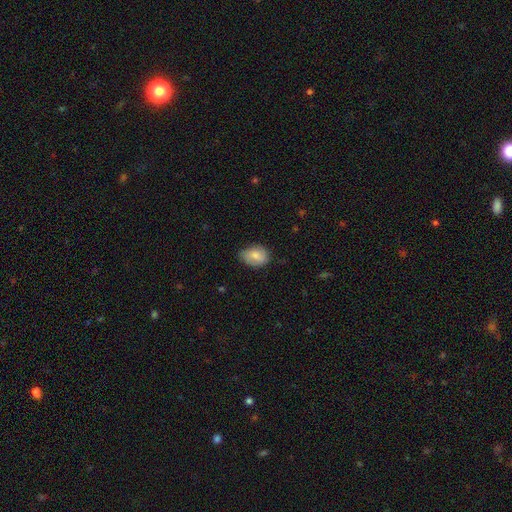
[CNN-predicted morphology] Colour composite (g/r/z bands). It shows a smooth galaxy with no disk features (79%) that is in between round and cigar-shaped (78%). Merging: none (66%).